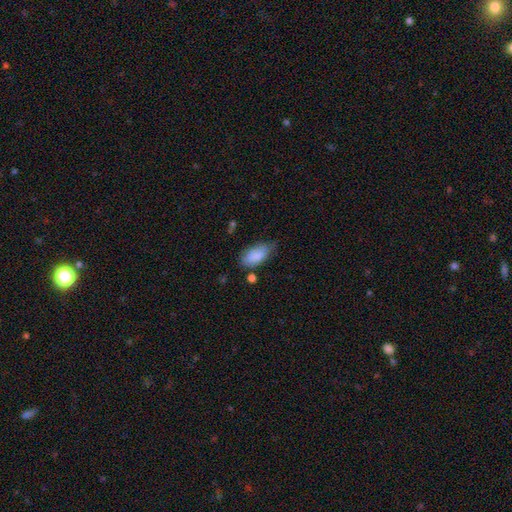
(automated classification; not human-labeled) This appears to be a smooth galaxy with no disk features (84%) that is in between round and cigar-shaped (92%). Merging: none (56%).